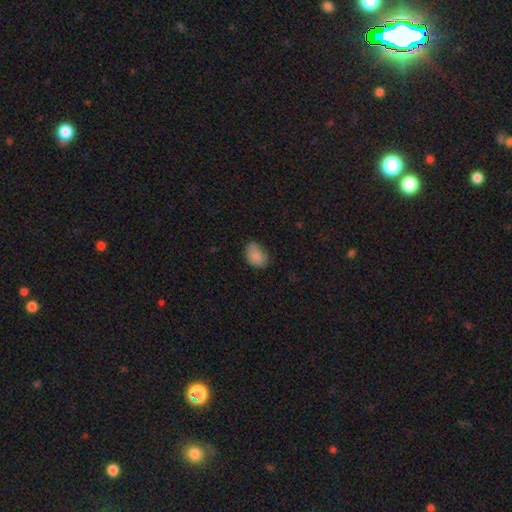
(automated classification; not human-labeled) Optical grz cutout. It shows a smooth galaxy with no disk features (86%) that is in between round and cigar-shaped (83%). Merging: none (65%).